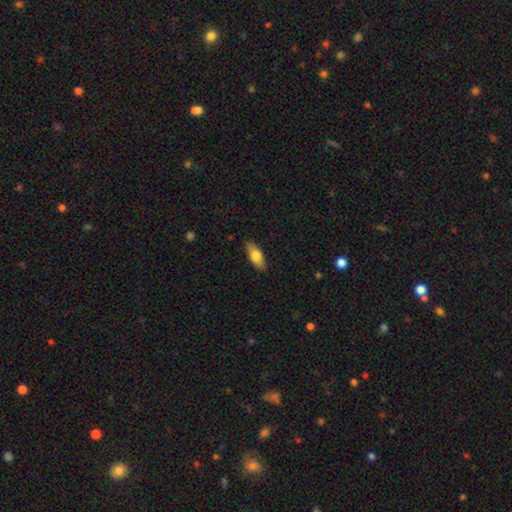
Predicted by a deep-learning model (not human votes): Smooth or featured: smooth — 76% (featured or disk — 18%)
How rounded: in between — 78% (cigar-shaped — 19%)
Merging: none — 87% (minor disturbance — 10%)